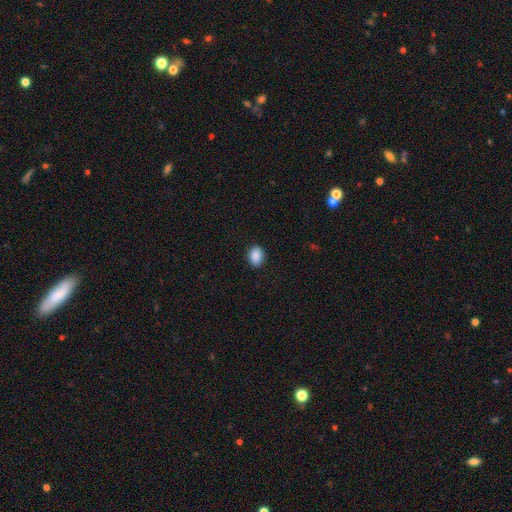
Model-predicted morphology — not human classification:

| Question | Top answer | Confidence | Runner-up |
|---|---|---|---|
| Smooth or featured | smooth | 90% | star or artifact (8%) |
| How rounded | in between | 78% | round (21%) |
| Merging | none | 89% | minor disturbance (8%) |